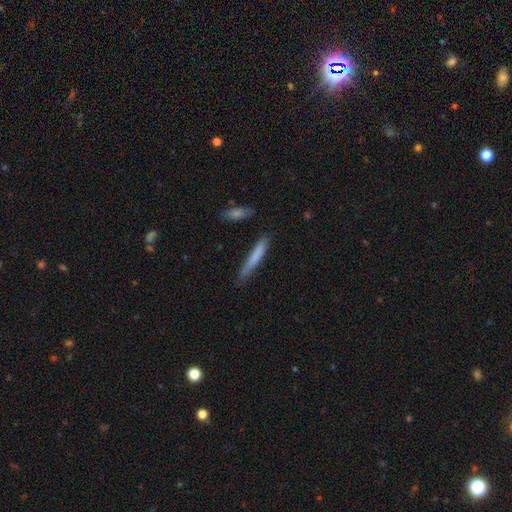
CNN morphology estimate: Smooth or featured?
  - smooth: 74% *
  - featured or disk: 20%
  - star or artifact: 6%
How rounded?
  - cigar-shaped: 95% *
  - in between: 4%
  - round: 1%
Merging?
  - none: 79% *
  - minor disturbance: 16%
  - major disturbance: 3%
  - merger: 3%